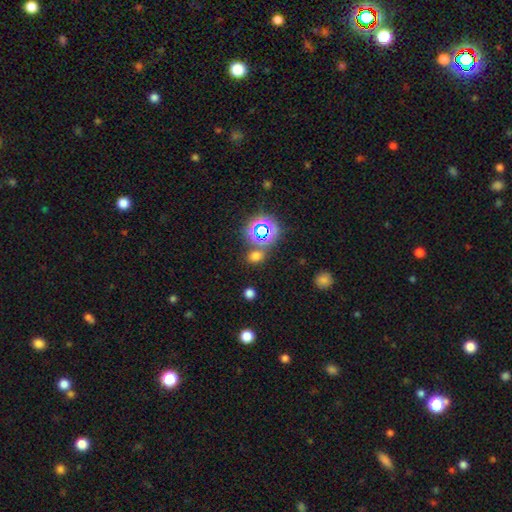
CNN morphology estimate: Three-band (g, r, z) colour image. It shows a smooth galaxy with no disk features (60%) that is round (56%). Merging: none (77%).